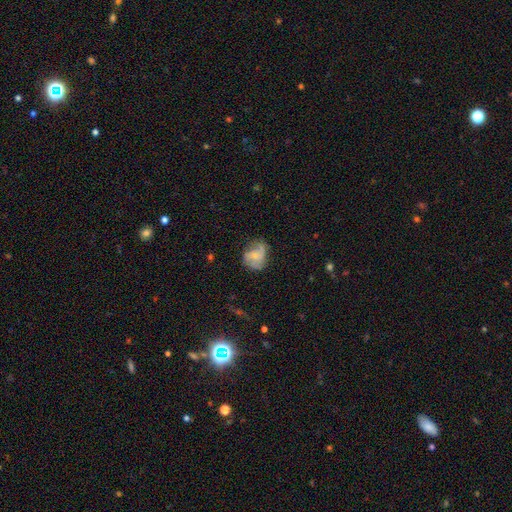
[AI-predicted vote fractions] smooth-or-featured: featured or disk: 51% | smooth: 41% | star or artifact: 8%
  disk-edge-on: no: 97% | yes: 3%
  merging: none: 50% | minor disturbance: 31% | major disturbance: 17% | merger: 2%